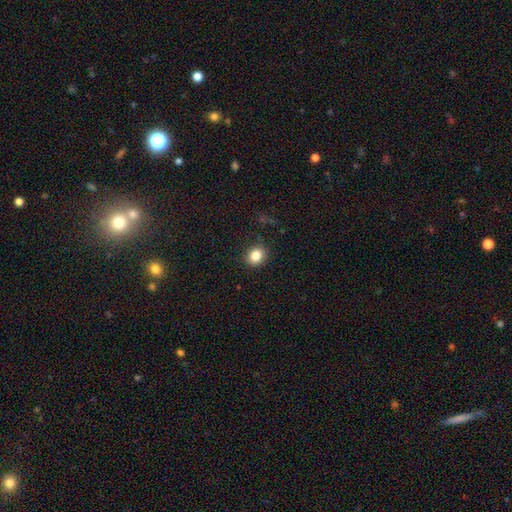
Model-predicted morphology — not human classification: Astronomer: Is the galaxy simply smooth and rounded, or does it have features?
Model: smooth — 84%.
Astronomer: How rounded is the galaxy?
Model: round — 65%.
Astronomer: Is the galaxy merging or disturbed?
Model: none — 87%.